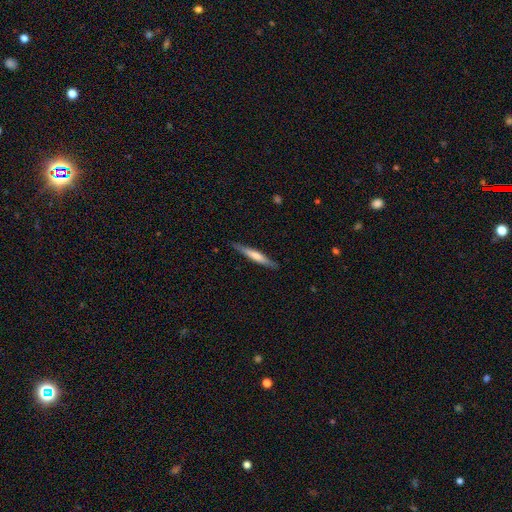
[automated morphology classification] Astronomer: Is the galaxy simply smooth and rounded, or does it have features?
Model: smooth — 55% (runner-up: featured or disk, 40%).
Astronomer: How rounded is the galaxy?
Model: cigar-shaped — 94%.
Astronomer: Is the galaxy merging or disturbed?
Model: none — 87%.